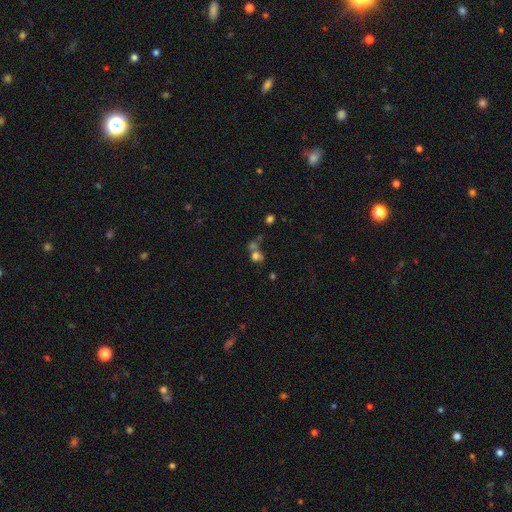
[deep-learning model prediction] Smooth or featured: smooth — 65% (star or artifact — 20%)
How rounded: round — 64% (in between — 34%)
Merging: merger — 45% (none — 35%)